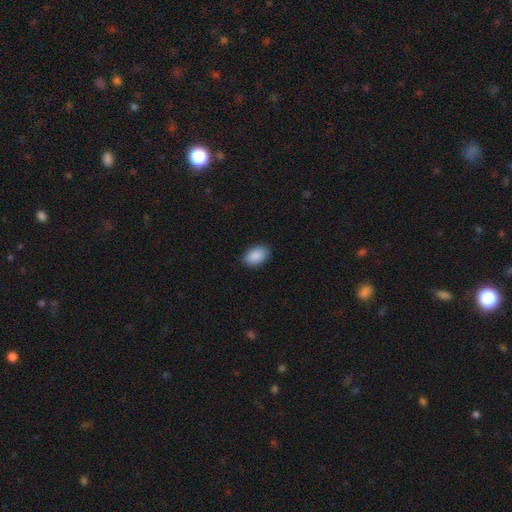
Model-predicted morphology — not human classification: smooth-or-featured: smooth: 90% | star or artifact: 7% | featured or disk: 3%
  how-rounded: in between: 91% | round: 8% | cigar-shaped: 1%
  merging: none: 88% | minor disturbance: 9% | major disturbance: 2% | merger: 1%